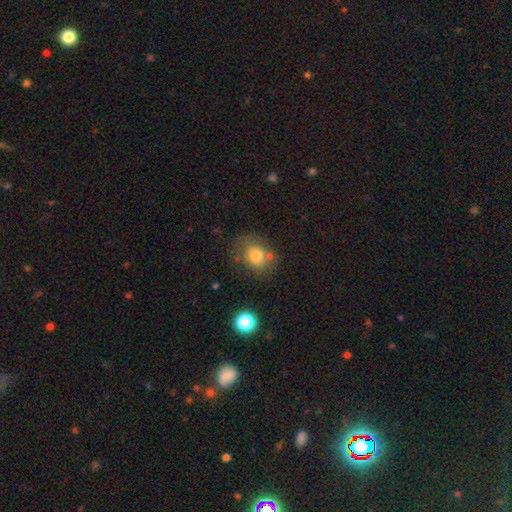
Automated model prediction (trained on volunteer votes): This is likely a smooth galaxy (78%). How rounded: possibly in between (50%). Merging: likely none (60%).